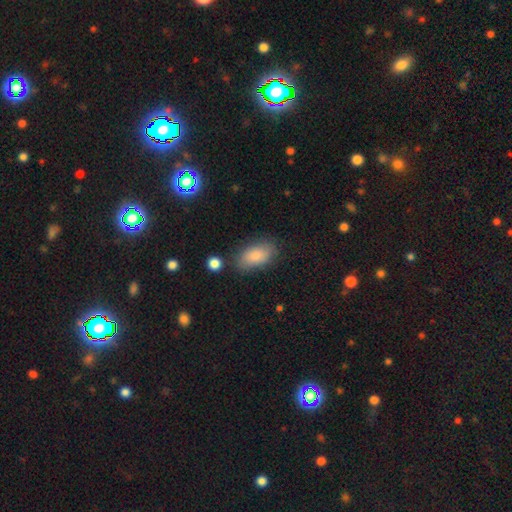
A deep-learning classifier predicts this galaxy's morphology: A smooth galaxy with no disk features (85%) that is in between round and cigar-shaped (92%). Merging: none (75%).